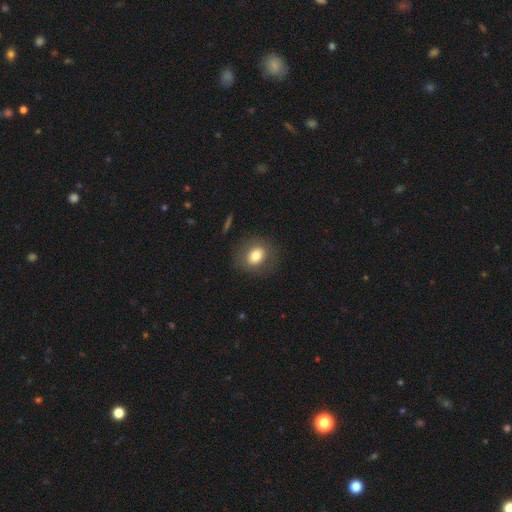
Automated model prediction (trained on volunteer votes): This appears to be a smooth galaxy with no disk features (76%) that is round (53%). Merging: none (82%).